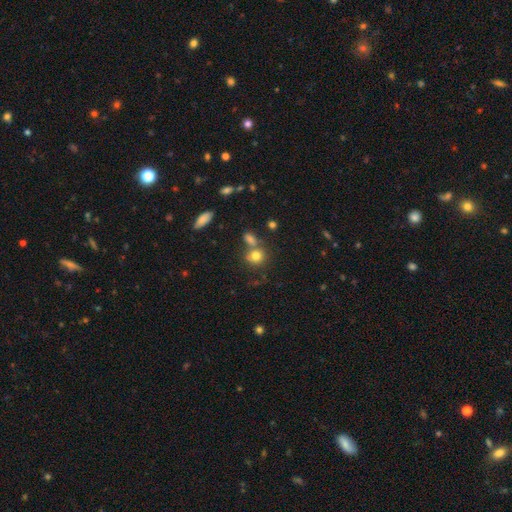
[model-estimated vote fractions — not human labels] This is likely a smooth galaxy (78%). How rounded: likely round (76%). Merging: possibly none (56%).